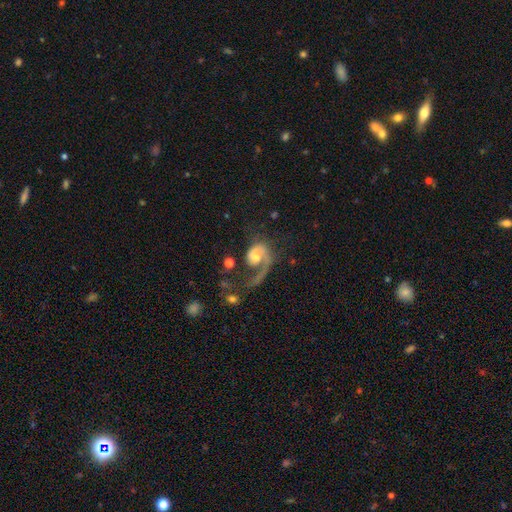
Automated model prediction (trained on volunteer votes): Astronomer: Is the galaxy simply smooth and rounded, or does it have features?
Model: featured or disk — 75%.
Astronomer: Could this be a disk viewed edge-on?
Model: no — 98%.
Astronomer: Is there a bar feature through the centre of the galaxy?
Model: no — 69%.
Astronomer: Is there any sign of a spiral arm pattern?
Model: yes — 90%.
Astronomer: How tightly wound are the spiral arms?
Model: loose — 53% (runner-up: medium, 32%).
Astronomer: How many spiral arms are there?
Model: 1 — 87%.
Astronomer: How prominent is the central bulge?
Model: moderate — 54%.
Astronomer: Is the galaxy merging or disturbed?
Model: major disturbance — 50% (runner-up: none, 30%).